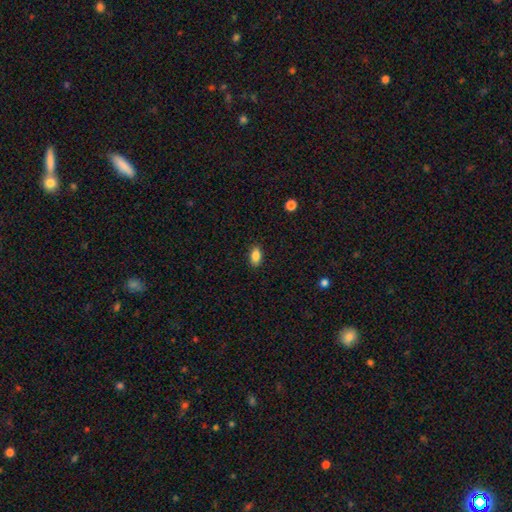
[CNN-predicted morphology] Q: Smooth or featured?
A: smooth (87%); runner-up: star or artifact (8%)
Q: How rounded?
A: in between (90%); runner-up: round (6%)
Q: Merging?
A: none (89%); runner-up: minor disturbance (8%)